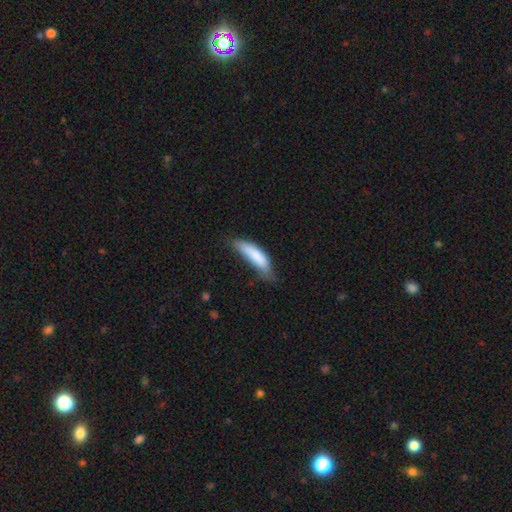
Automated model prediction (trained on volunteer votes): This appears to be a smooth galaxy with no disk features (81%) that is cigar-shaped (62%). Merging: none (46%).